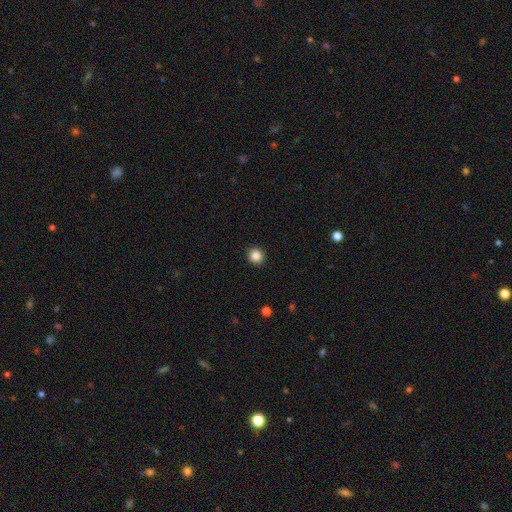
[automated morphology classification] Smooth or featured? Predicted: smooth (p=0.86). How rounded? Predicted: round (p=0.89). Merging? Predicted: none (p=0.92).